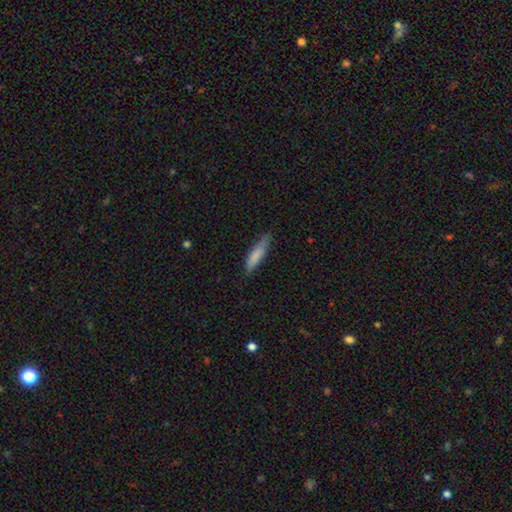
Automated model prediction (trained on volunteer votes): smooth-or-featured: smooth: 81% | featured or disk: 13% | star or artifact: 6%
  how-rounded: cigar-shaped: 78% | in between: 21% | round: 1%
  merging: none: 80% | minor disturbance: 16% | major disturbance: 3% | merger: 1%